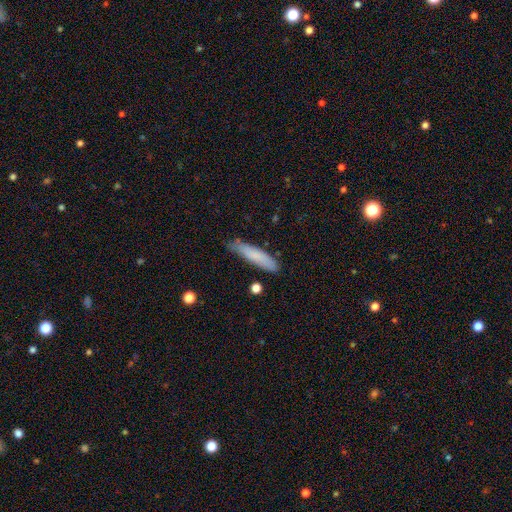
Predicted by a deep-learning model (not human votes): smooth 78%, featured or disk 15%, star or artifact 6%. Down the decision tree: how rounded — cigar-shaped (81%); merging — none (74%).